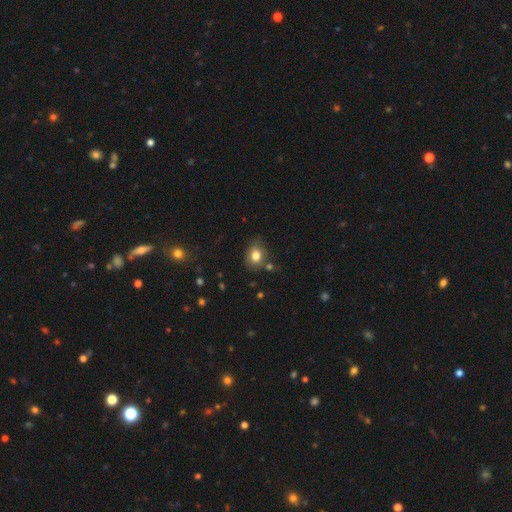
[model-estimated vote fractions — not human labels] This is likely a smooth galaxy (79%). How rounded: possibly round (53%). Merging: likely none (71%).